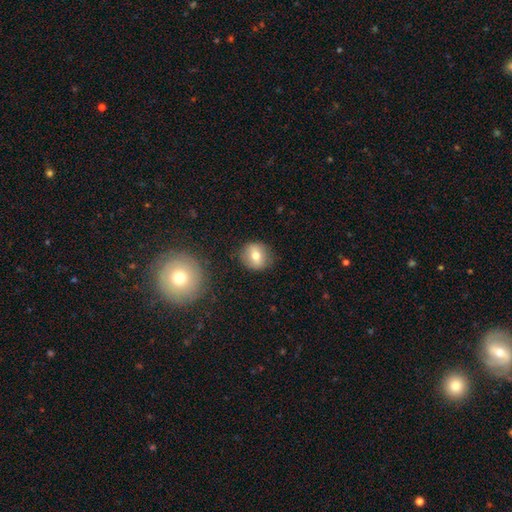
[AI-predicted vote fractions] A smooth galaxy with no disk features (69%) that is round (83%). Merging: none (85%).